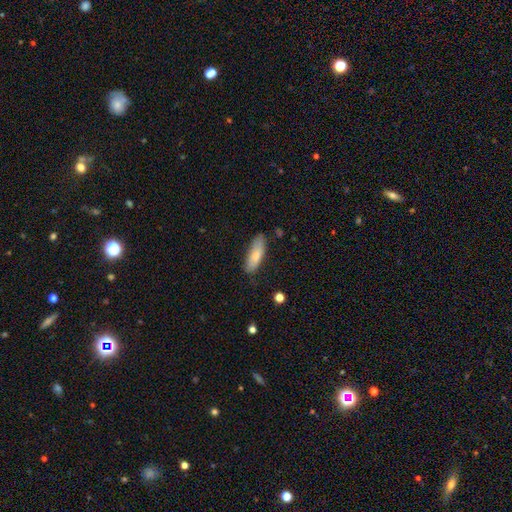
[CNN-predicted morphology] Smooth or featured? smooth (79%)
How rounded? in between (54%)
Merging? none (78%)